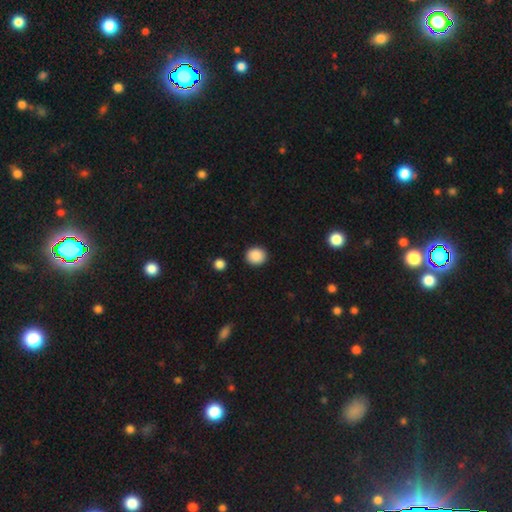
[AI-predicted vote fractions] Smooth or featured? Predicted: smooth (p=0.89). How rounded? Predicted: round (p=0.82). Merging? Predicted: none (p=0.91).